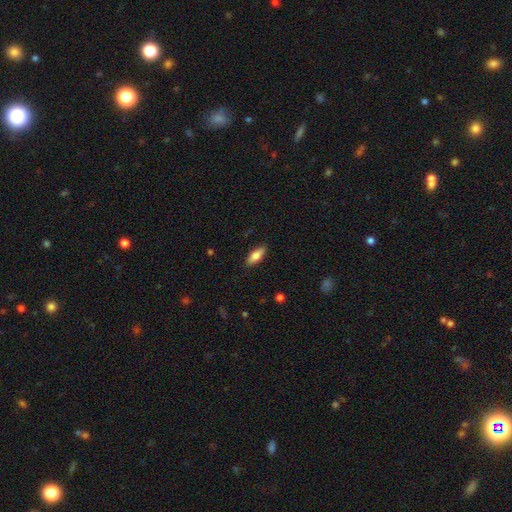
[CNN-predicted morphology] This appears to be a smooth galaxy with no disk features (73%) that is in between round and cigar-shaped (67%). Merging: none (88%).